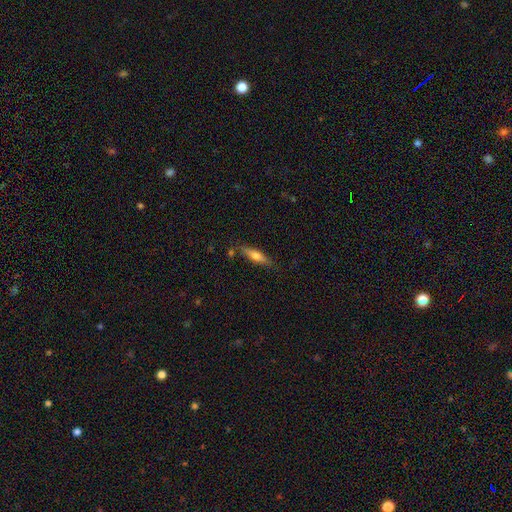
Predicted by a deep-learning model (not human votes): Overall: smooth (60%; featured or disk 33%). How rounded: cigar-shaped (73%). Merging: none (79%).